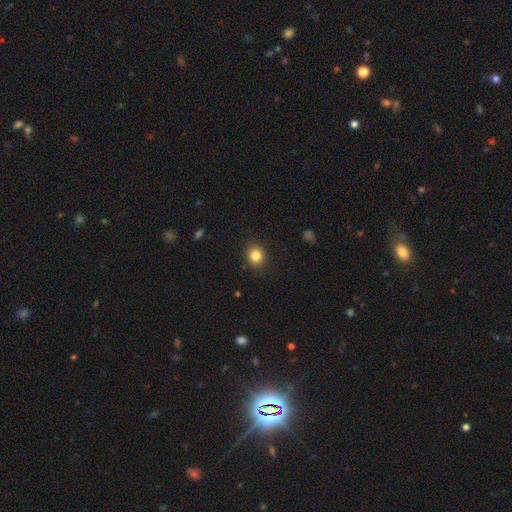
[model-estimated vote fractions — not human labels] This appears to be a smooth galaxy with no disk features (84%) that is round (77%). Merging: none (89%).